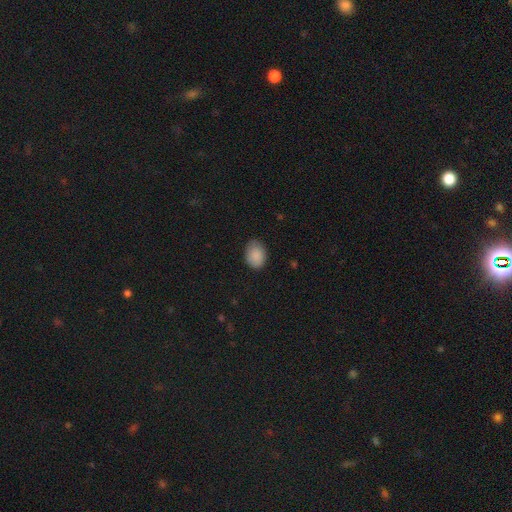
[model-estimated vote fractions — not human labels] The model was most divided on "how rounded": in between: 73%, round: 26%, cigar-shaped: 1%. More confident: smooth or featured — smooth (89%); merging — none (76%).